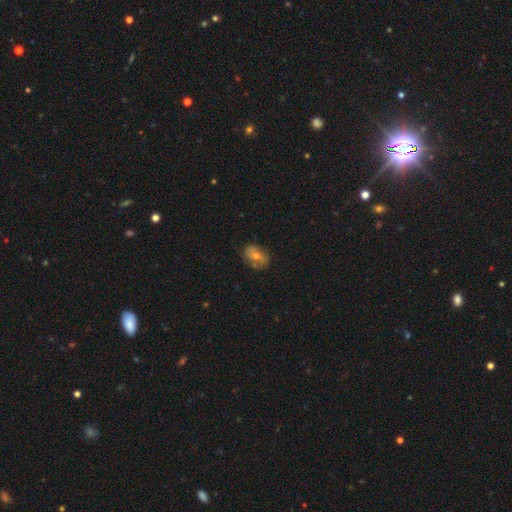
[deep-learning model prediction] Morphology: type=smooth (54%); roundness=in between (73%); merging=none (75%).